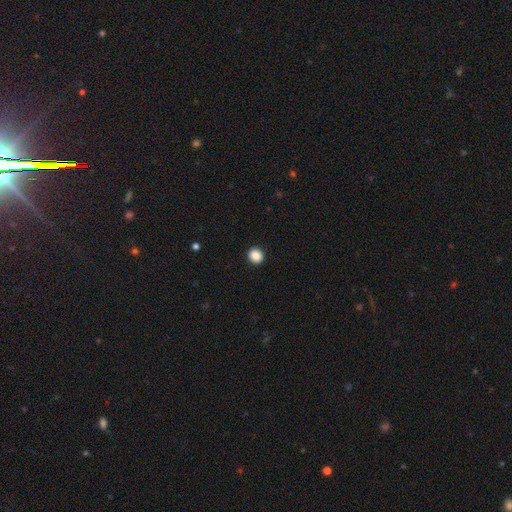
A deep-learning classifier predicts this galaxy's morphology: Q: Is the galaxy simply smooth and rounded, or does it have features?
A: smooth — 89%.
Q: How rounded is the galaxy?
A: round — 85%.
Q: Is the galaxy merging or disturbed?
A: none — 93%.